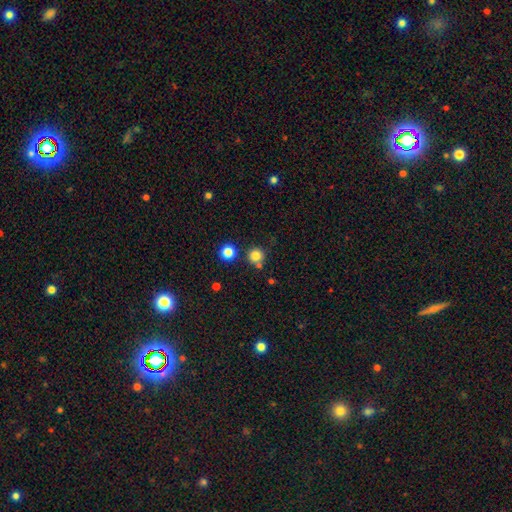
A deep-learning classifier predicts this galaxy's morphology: Overall: smooth (80%). How rounded: round (94%). Merging: none (76%).